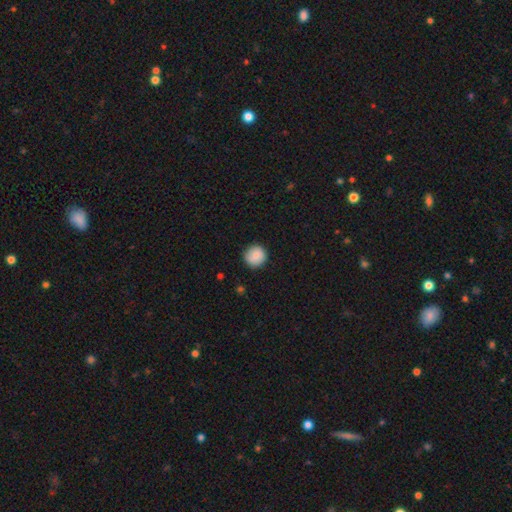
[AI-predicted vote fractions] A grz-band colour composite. It shows a smooth galaxy with no disk features (85%) that is round (93%). Merging: none (87%).